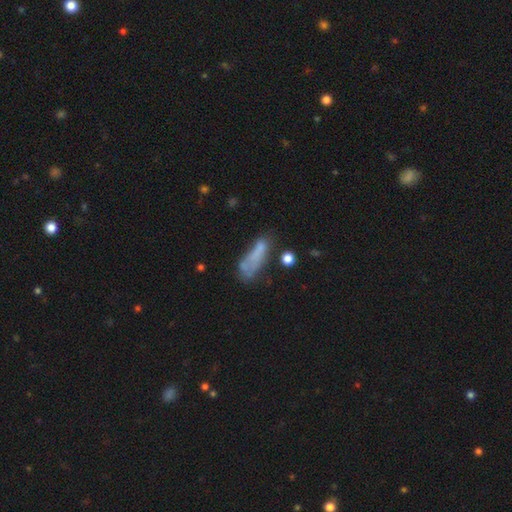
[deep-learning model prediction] A smooth galaxy with no disk features (53%) that is in between round and cigar-shaped (50%).

Vote fractions:
- Smooth or featured? smooth: 53% / featured or disk: 31% / star or artifact: 15%
- How rounded? in between: 50% / cigar-shaped: 46% / round: 4%
- Merging? none: 32% / major disturbance: 27% / minor disturbance: 23% / merger: 18%